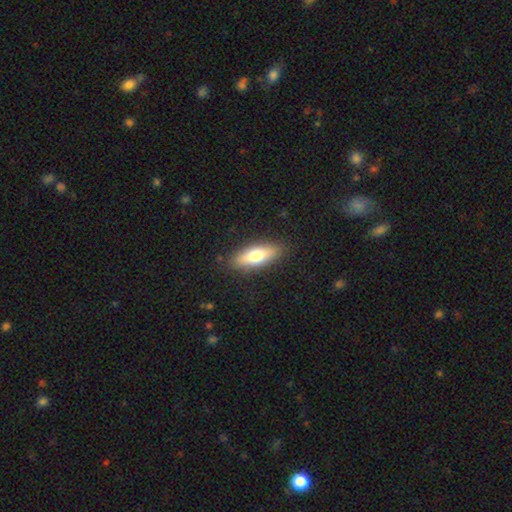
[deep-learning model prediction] Morphology: type=smooth (71%); roundness=in between (63%); merging=none (86%).